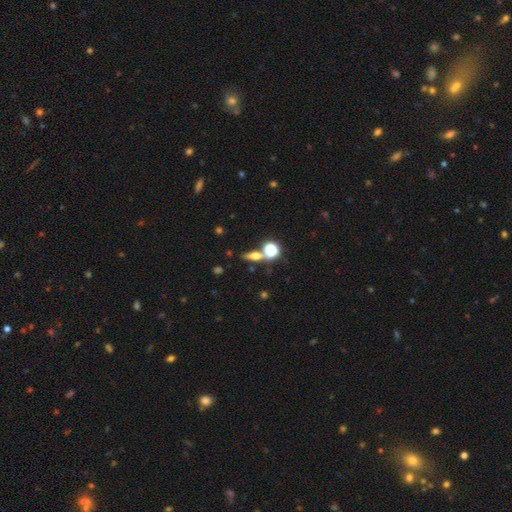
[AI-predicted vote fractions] Smooth or featured? Predicted: smooth (p=0.44). Merging? Predicted: none (p=0.68).